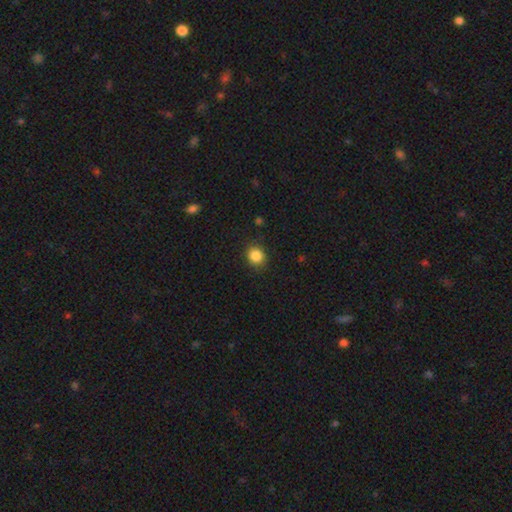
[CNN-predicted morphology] A smooth galaxy with no disk features (86%) that is round (76%).

Vote fractions:
- Smooth or featured? smooth: 86% / star or artifact: 10% / featured or disk: 4%
- How rounded? round: 76% / in between: 23% / cigar-shaped: 1%
- Merging? none: 87% / minor disturbance: 9% / major disturbance: 3% / merger: 1%